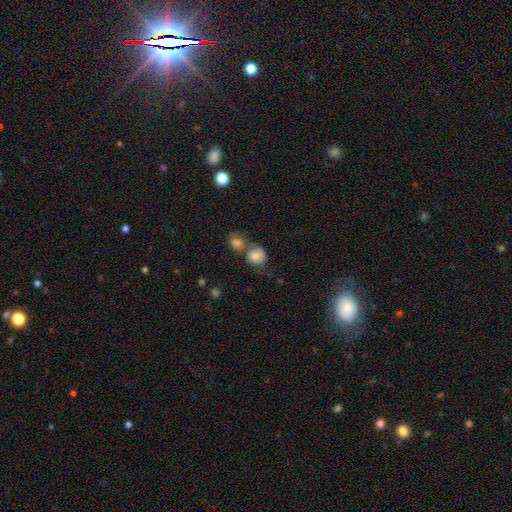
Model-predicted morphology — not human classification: Overall: smooth (77%). How rounded: round (69%). Merging: merger (56%; none 26%).